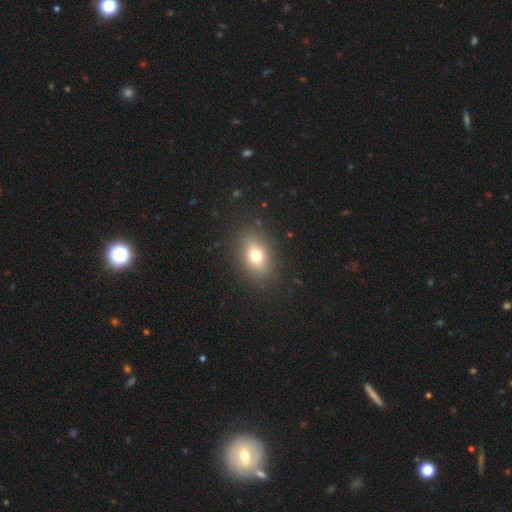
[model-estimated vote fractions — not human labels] Morphology: type=smooth (73%); roundness=in between (76%); merging=none (85%).